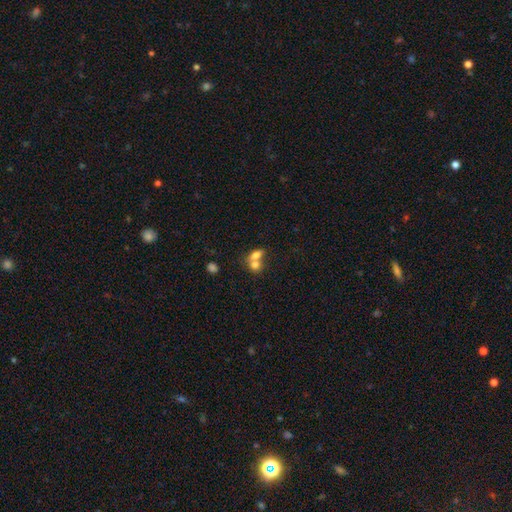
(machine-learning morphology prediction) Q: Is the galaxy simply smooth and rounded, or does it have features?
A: smooth — 73%.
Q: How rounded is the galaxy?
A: in between — 61%.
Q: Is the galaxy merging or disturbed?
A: merger — 68%.